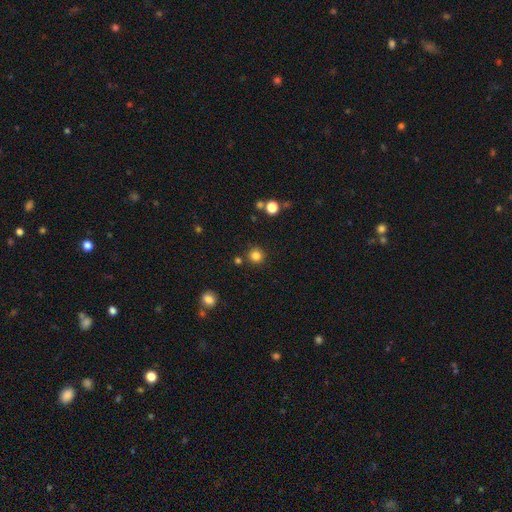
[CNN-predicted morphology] smooth_or_featured: smooth (p=0.82) [alt: star or artifact p=0.14]
how_rounded: round (p=0.93) [alt: in between p=0.06]
merging: none (p=0.86) [alt: minor disturbance p=0.07]